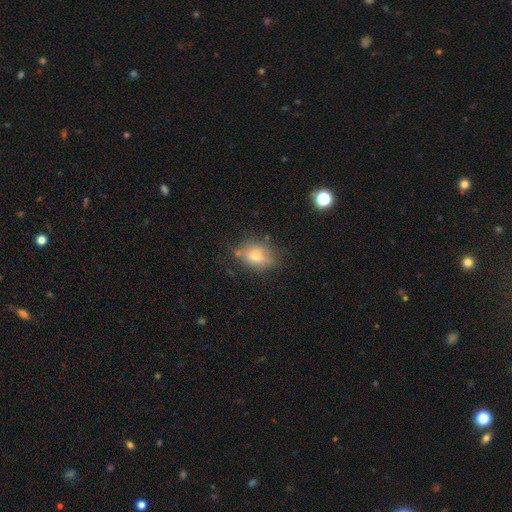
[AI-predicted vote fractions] Smooth or featured? Predicted: smooth (p=0.58). How rounded? Predicted: in between (p=0.67). Merging? Predicted: none (p=0.71).